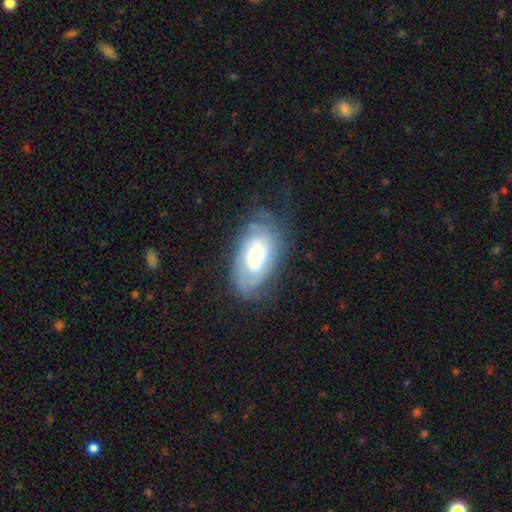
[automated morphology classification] type=featured or disk (69%); edge-on=no (94%); bar=no (65%); spiral arms=yes (84%); winding=tight (62%); arm count=can't tell (52%); bulge=moderate (66%); merging=none (65%).